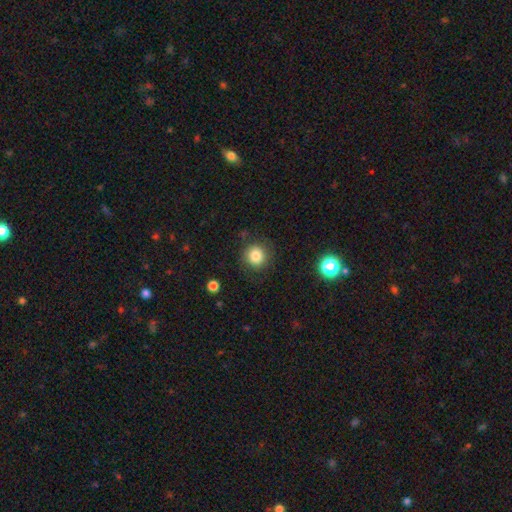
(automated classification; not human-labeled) A smooth galaxy with no disk features (83%) that is round (92%). Merging: none (84%).